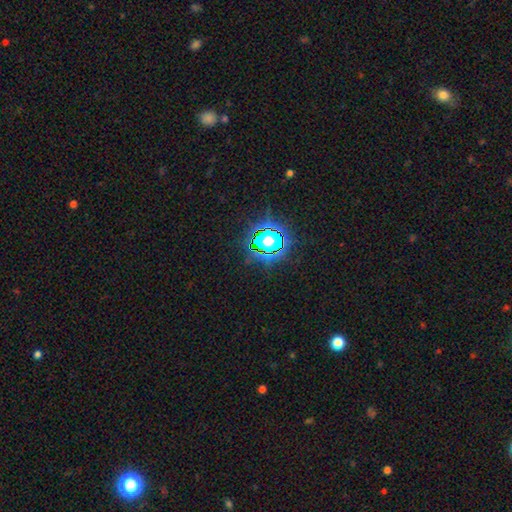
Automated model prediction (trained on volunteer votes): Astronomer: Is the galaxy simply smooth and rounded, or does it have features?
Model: star or artifact — 81%.